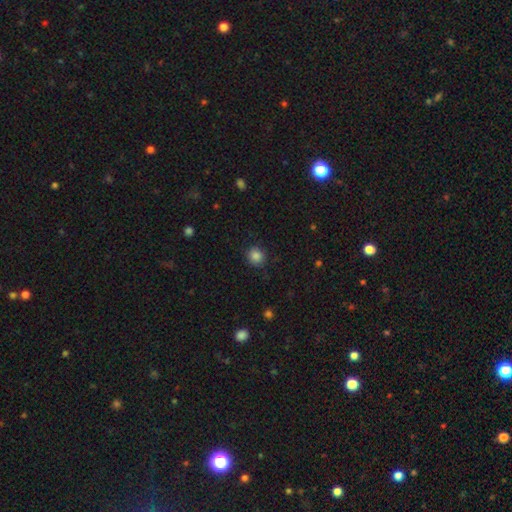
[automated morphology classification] The model was most divided on "smooth or featured": smooth: 85%, star or artifact: 11%, featured or disk: 4%. More confident: how rounded — round (87%); merging — none (86%).